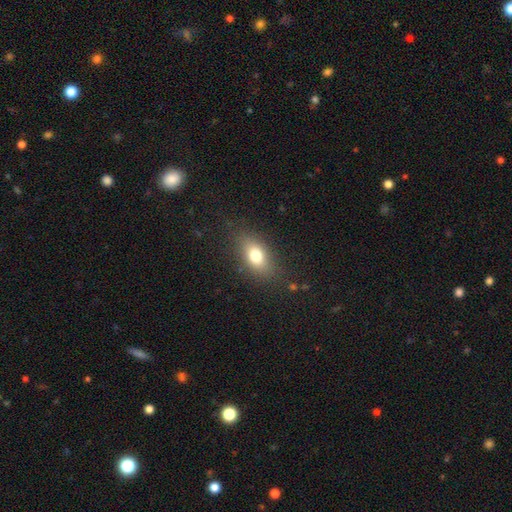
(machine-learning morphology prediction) type=smooth (75%); roundness=in between (81%); merging=none (82%).